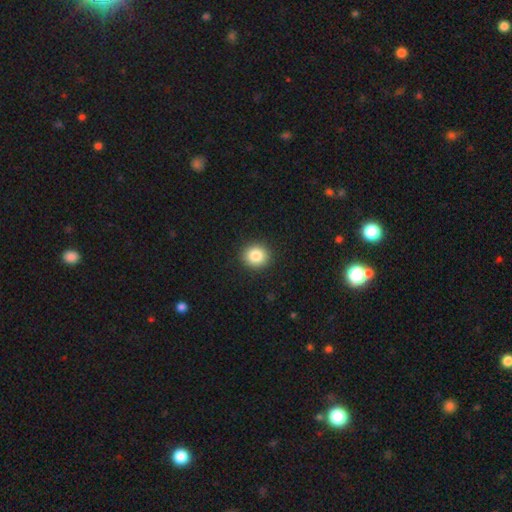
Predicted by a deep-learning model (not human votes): Smooth or featured? Predicted: smooth (p=0.85). How rounded? Predicted: round (p=0.86). Merging? Predicted: none (p=0.92).